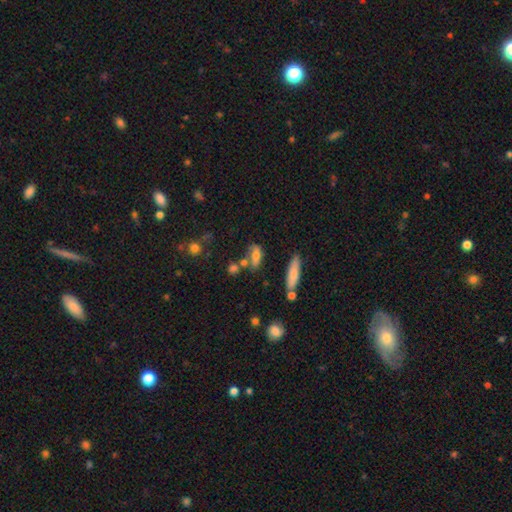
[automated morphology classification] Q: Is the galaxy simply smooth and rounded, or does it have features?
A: smooth — 69%.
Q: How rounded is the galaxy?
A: in between — 63%.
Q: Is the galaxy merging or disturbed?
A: none — 54%.